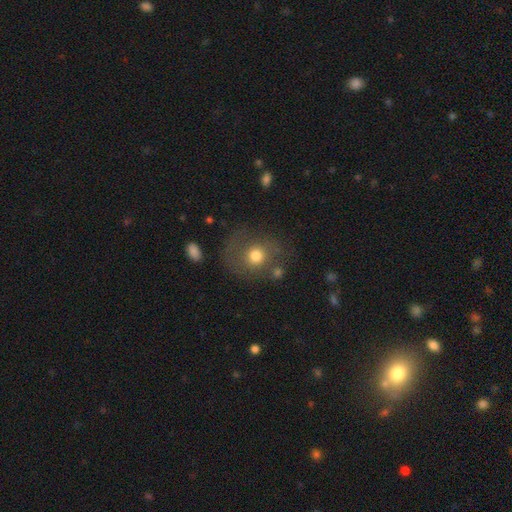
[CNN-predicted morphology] Smooth or featured?
  - smooth: 65% *
  - featured or disk: 24%
  - star or artifact: 11%
How rounded?
  - round: 77% *
  - in between: 22%
  - cigar-shaped: 1%
Merging?
  - none: 63% *
  - minor disturbance: 18%
  - major disturbance: 13%
  - merger: 6%